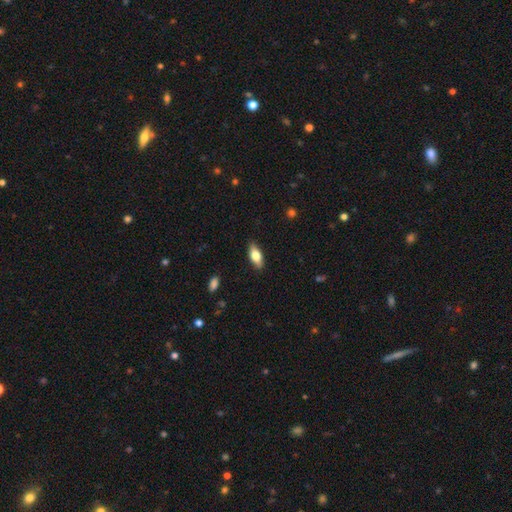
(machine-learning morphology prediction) Smooth or featured? Predicted: smooth (p=0.72). How rounded? Predicted: in between (p=0.81). Merging? Predicted: none (p=0.87).